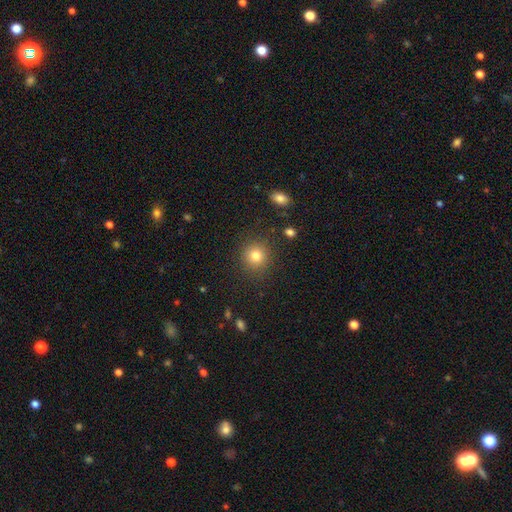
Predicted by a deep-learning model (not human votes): Smooth or featured? smooth (81%)
How rounded? round (90%)
Merging? none (88%)